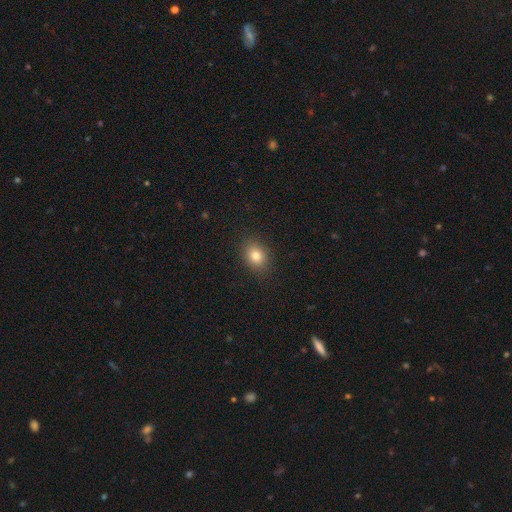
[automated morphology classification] Smooth or featured: smooth — 81% (star or artifact — 11%)
How rounded: in between — 56% (round — 43%)
Merging: none — 88% (minor disturbance — 8%)